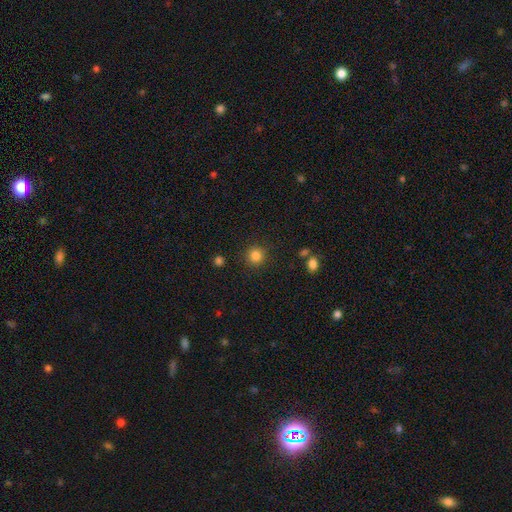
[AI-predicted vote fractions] Morphology: type=smooth (84%); roundness=round (93%); merging=none (90%).